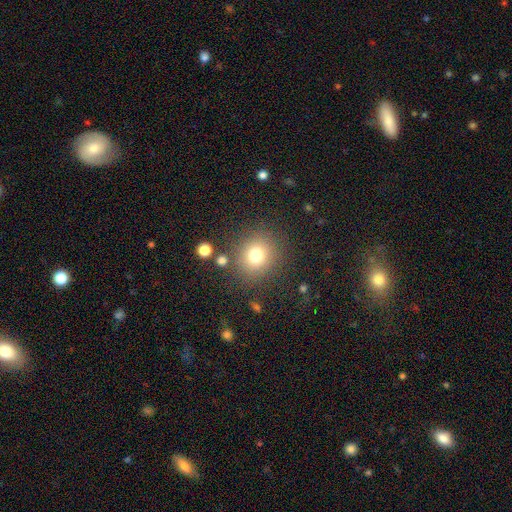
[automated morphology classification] Smooth or featured?
  - smooth: 76% *
  - star or artifact: 14%
  - featured or disk: 10%
How rounded?
  - round: 84% *
  - in between: 15%
  - cigar-shaped: 1%
Merging?
  - none: 83% *
  - minor disturbance: 9%
  - major disturbance: 5%
  - merger: 4%